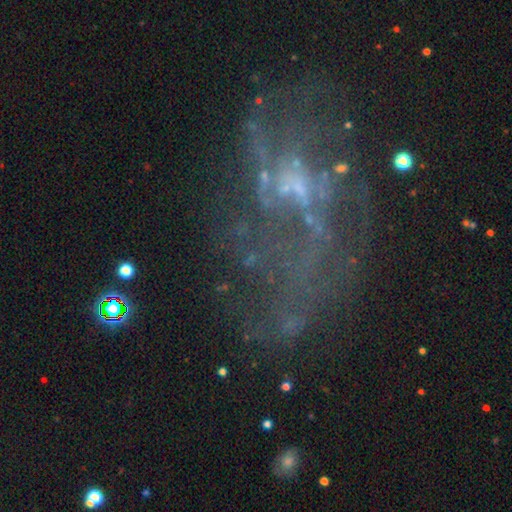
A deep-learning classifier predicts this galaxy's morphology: Smooth or featured?
  - featured or disk: 69% *
  - star or artifact: 19%
  - smooth: 12%
Edge-on disk?
  - no: 97% *
  - yes: 3%
Bar?
  - no: 68% *
  - weak: 25%
  - strong: 7%
Spiral arms?
  - yes: 53% *
  - no: 47%
Bulge size?
  - none: 50% *
  - small: 34%
  - moderate: 12%
  - large: 2%
  - dominant: 1%
Merging?
  - none: 45% *
  - major disturbance: 33%
  - minor disturbance: 16%
  - merger: 6%